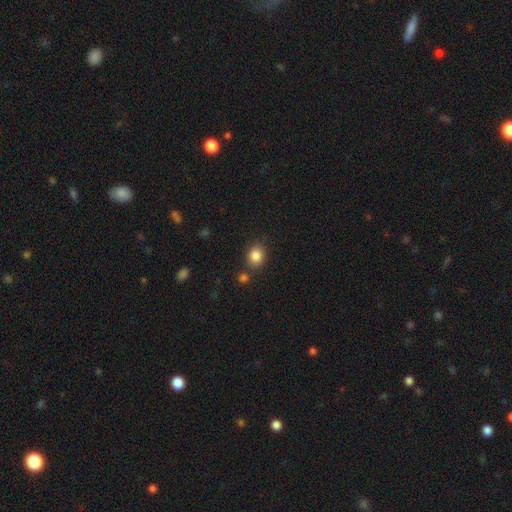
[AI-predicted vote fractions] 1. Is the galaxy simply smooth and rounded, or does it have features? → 85% smooth, 10% star or artifact, 5% featured or disk.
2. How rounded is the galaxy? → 62% round, 37% in between, 1% cigar-shaped.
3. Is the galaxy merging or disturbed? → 77% none, 11% minor disturbance, 9% merger, 3% major disturbance.